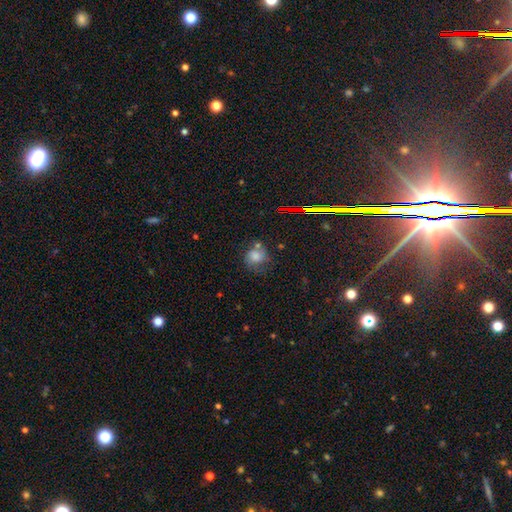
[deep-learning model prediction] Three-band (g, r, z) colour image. It shows a smooth galaxy with no disk features (68%) that is round (76%). Merging: none (49%).